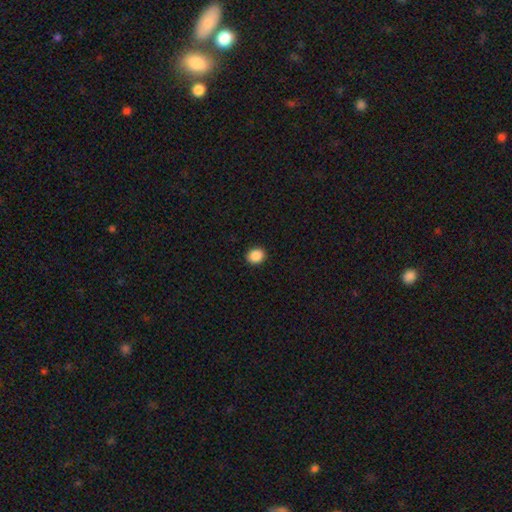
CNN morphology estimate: smooth 88%, star or artifact 9%, featured or disk 3%. Down the decision tree: how rounded — round (68%); merging — none (92%).